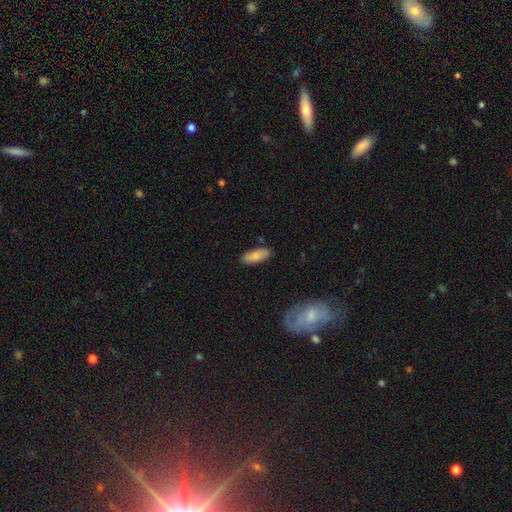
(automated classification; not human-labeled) Smooth or featured?
  - smooth: 84% *
  - featured or disk: 10%
  - star or artifact: 6%
How rounded?
  - in between: 74% *
  - cigar-shaped: 24%
  - round: 2%
Merging?
  - none: 85% *
  - minor disturbance: 11%
  - merger: 2%
  - major disturbance: 2%